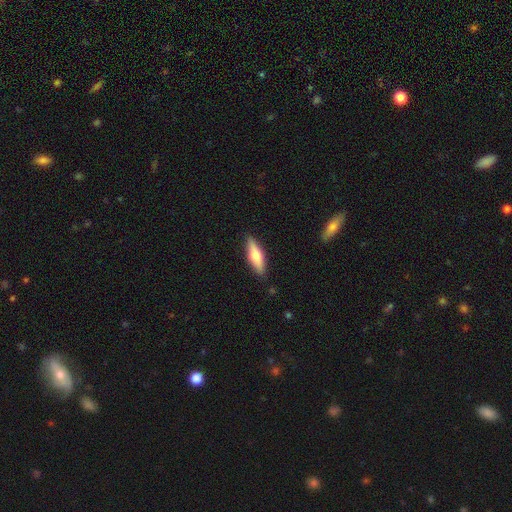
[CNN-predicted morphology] type=smooth (55%); roundness=cigar-shaped (55%); merging=none (88%).